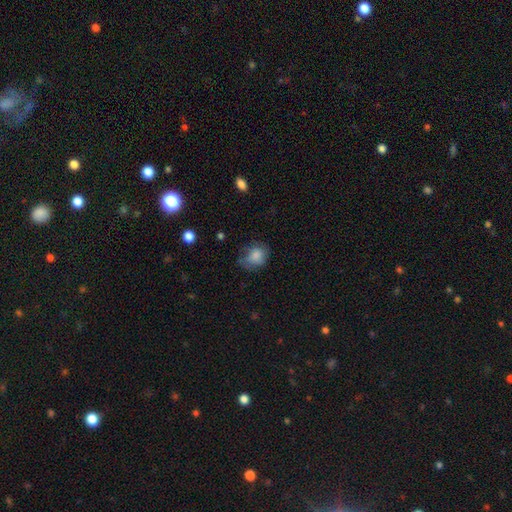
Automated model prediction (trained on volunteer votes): The model was most divided on "how rounded": round: 55%, in between: 44%, cigar-shaped: 1%. More confident: smooth or featured — smooth (78%); merging — none (50%).